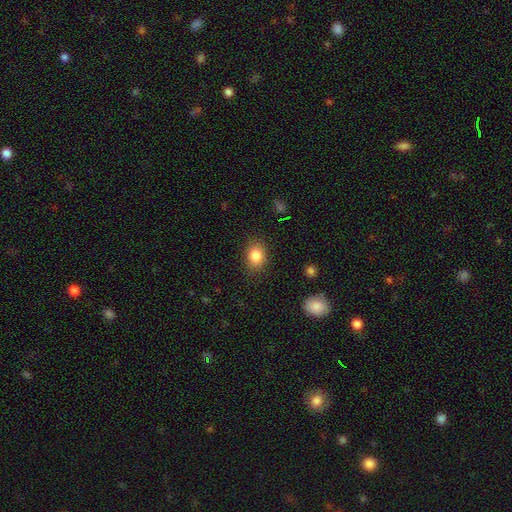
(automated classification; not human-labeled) The model was most divided on "how rounded": in between: 56%, round: 43%, cigar-shaped: 1%. More confident: smooth or featured — smooth (84%); merging — none (84%).